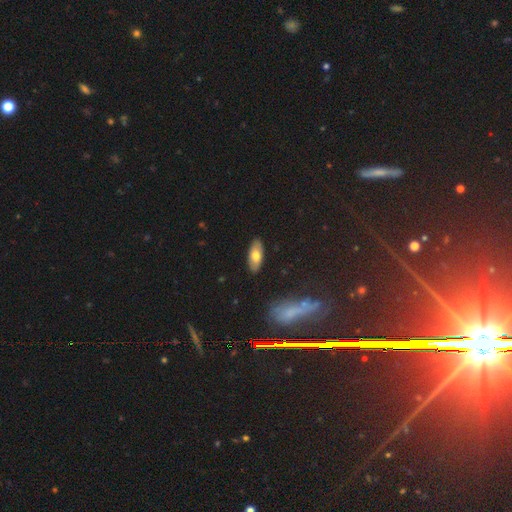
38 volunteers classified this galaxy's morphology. type=smooth (74%); roundness=in between (75%); merging=none (94%).